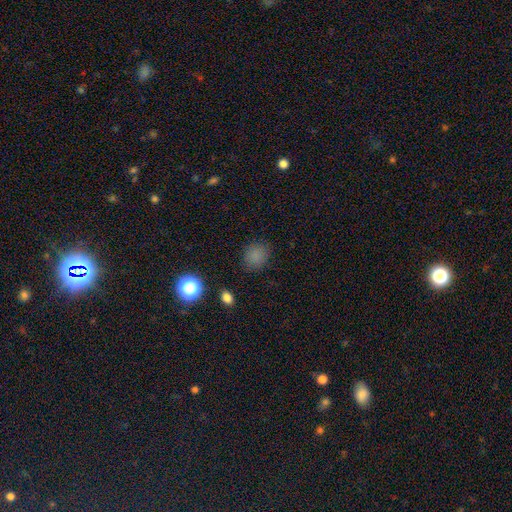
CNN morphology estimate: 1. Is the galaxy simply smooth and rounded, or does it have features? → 81% smooth, 15% star or artifact, 5% featured or disk.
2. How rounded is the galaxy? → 71% round, 28% in between, 1% cigar-shaped.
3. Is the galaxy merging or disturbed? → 83% none, 12% minor disturbance, 4% major disturbance, 2% merger.